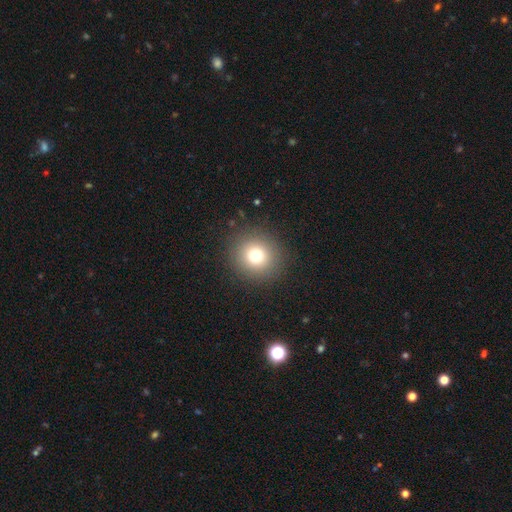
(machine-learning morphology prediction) The model was most divided on "smooth or featured": smooth: 75%, star or artifact: 15%, featured or disk: 10%. More confident: how rounded — round (92%); merging — none (90%).